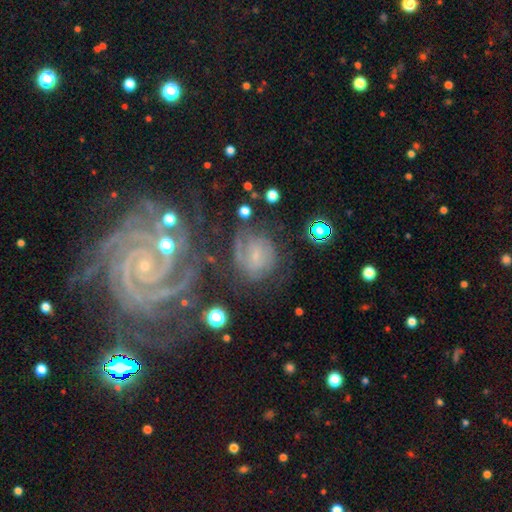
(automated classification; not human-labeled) This appears to be a featured or disk galaxy (67%) with no bar (43%), 2 (35%) tight (56%) spiral arms (89%) and a small central bulge (67%). Merging: none (54%).